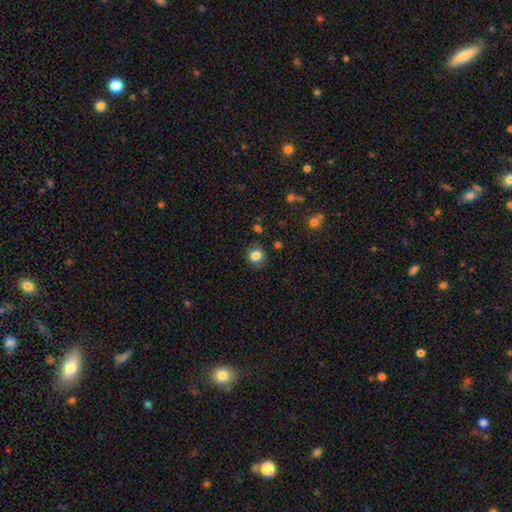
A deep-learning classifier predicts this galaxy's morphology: Smooth or featured? smooth (83%)
How rounded? round (87%)
Merging? none (86%)